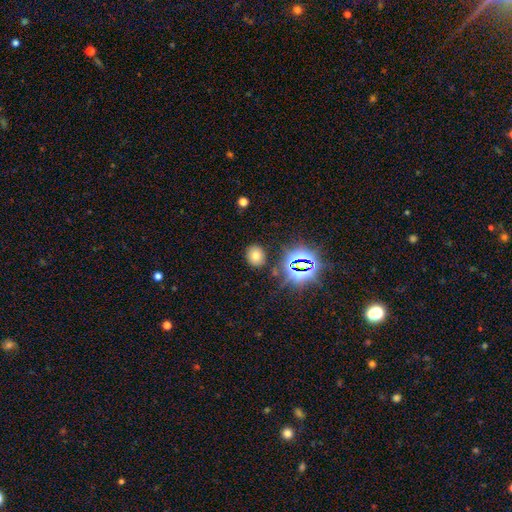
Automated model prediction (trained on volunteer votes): The model was most divided on "how rounded": round: 59%, in between: 40%, cigar-shaped: 1%. More confident: merging — none (85%); smooth or featured — smooth (67%).